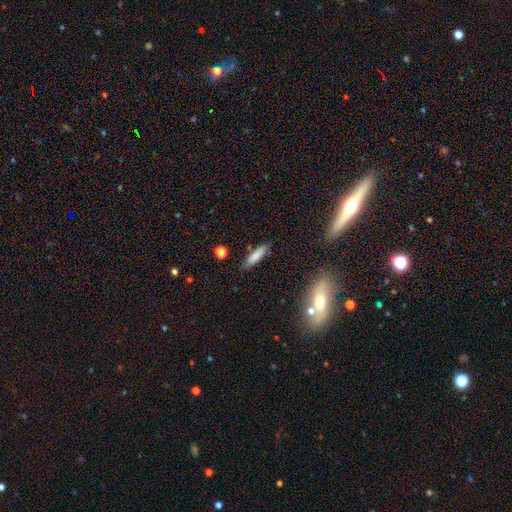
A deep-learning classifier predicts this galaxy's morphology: smooth_or_featured: smooth (p=0.81) [alt: featured or disk p=0.12]
how_rounded: cigar-shaped (p=0.68) [alt: in between p=0.30]
merging: none (p=0.81) [alt: minor disturbance p=0.14]